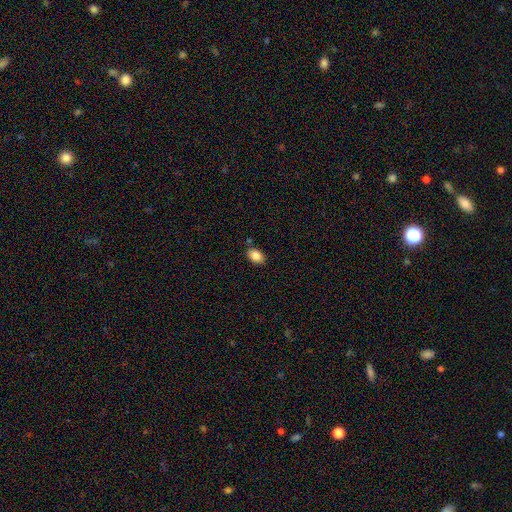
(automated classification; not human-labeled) This appears to be a smooth galaxy with no disk features (86%) that is in between round and cigar-shaped (82%). Merging: none (82%).